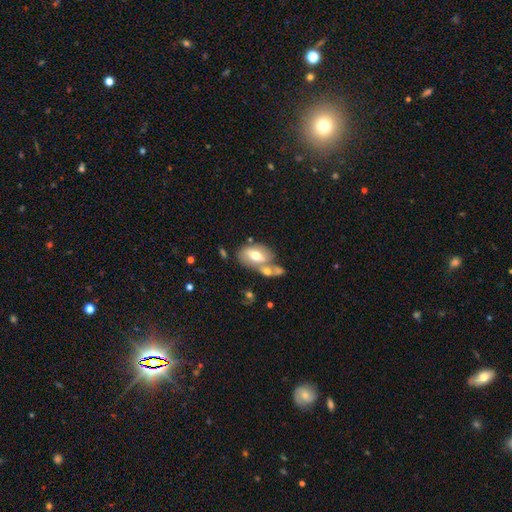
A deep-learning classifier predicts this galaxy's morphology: smooth_or_featured: smooth (p=0.59) [alt: featured or disk p=0.34]
how_rounded: in between (p=0.88) [alt: round p=0.10]
merging: merger (p=0.40) [alt: none p=0.37]